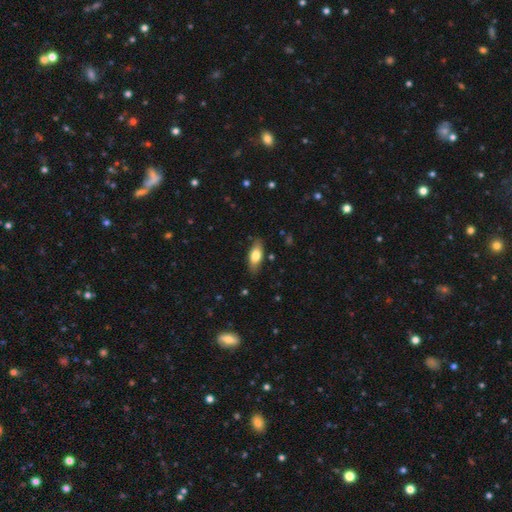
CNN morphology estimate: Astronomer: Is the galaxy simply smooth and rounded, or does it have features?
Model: smooth — 75%.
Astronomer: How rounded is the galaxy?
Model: in between — 80%.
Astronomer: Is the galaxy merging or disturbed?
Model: none — 83%.